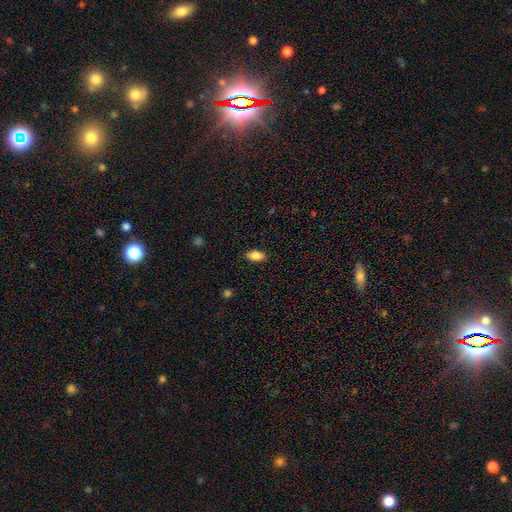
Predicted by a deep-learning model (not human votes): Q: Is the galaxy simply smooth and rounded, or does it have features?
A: smooth — 85%.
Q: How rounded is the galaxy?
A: in between — 90%.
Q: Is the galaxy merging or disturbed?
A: none — 87%.